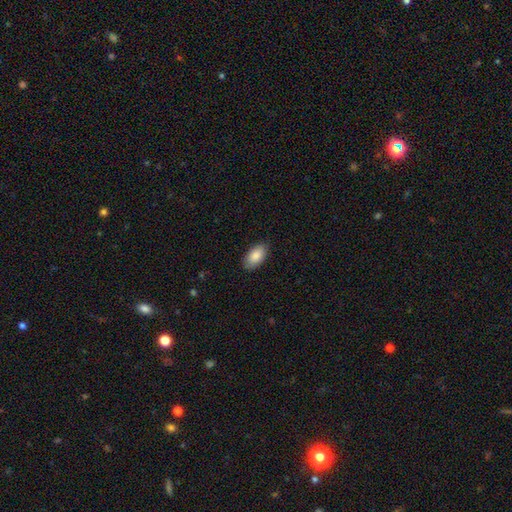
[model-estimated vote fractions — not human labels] A smooth galaxy with no disk features (87%) that is in between round and cigar-shaped (95%).

Vote fractions:
- Smooth or featured? smooth: 87% / featured or disk: 7% / star or artifact: 6%
- How rounded? in between: 95% / round: 3% / cigar-shaped: 3%
- Merging? none: 86% / minor disturbance: 11% / major disturbance: 2% / merger: 1%